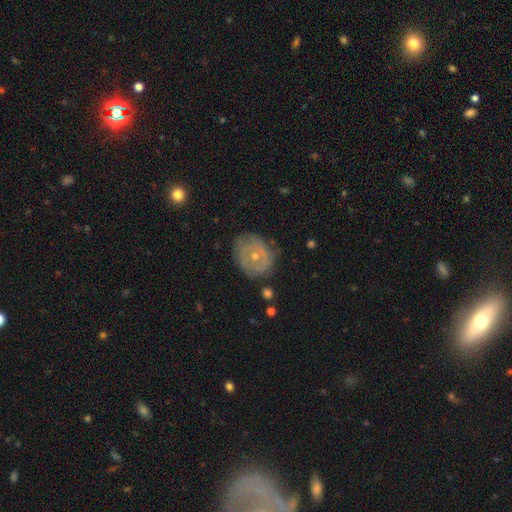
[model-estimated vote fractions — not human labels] The model was most divided on "spiral arms": yes: 58%, no: 42%. More confident: edge-on disk — no (96%); bar — no (77%); merging — none (65%); smooth or featured — featured or disk (63%); bulge size — small (58%).